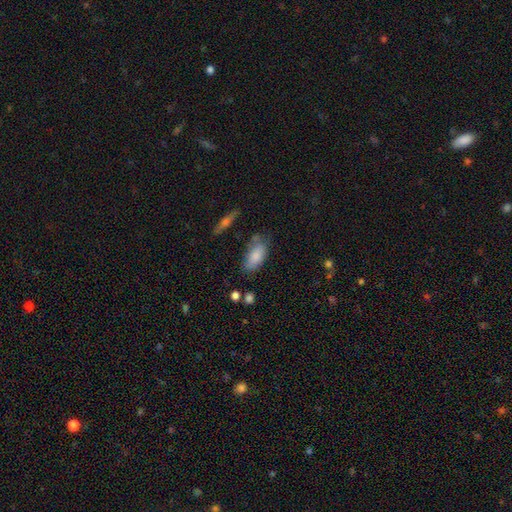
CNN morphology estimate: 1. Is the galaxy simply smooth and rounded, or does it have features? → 81% smooth, 12% featured or disk, 7% star or artifact.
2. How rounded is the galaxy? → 89% in between, 9% cigar-shaped, 3% round.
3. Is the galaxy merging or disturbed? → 57% none, 28% minor disturbance, 8% major disturbance, 7% merger.